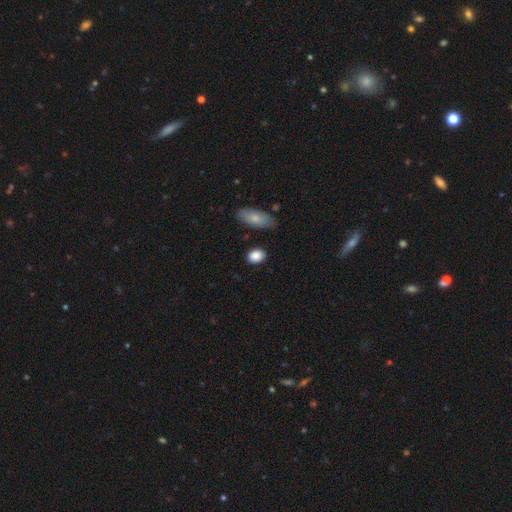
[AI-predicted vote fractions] Q: Smooth or featured?
A: smooth (88%); runner-up: star or artifact (7%)
Q: How rounded?
A: in between (62%); runner-up: round (35%)
Q: Merging?
A: none (84%); runner-up: minor disturbance (11%)